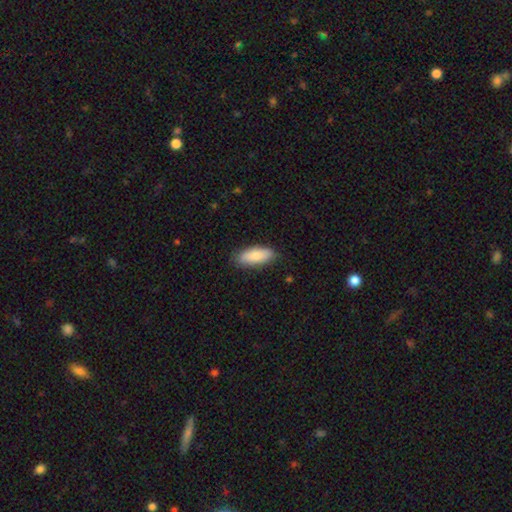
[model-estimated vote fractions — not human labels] Q: Smooth or featured?
A: smooth (81%); runner-up: featured or disk (13%)
Q: How rounded?
A: in between (77%); runner-up: cigar-shaped (21%)
Q: Merging?
A: none (84%); runner-up: minor disturbance (13%)